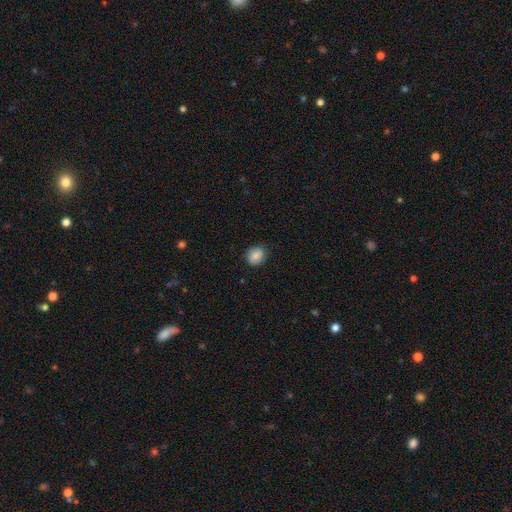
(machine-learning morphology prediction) This appears to be a smooth galaxy with no disk features (86%) that is round (67%). Merging: none (84%).